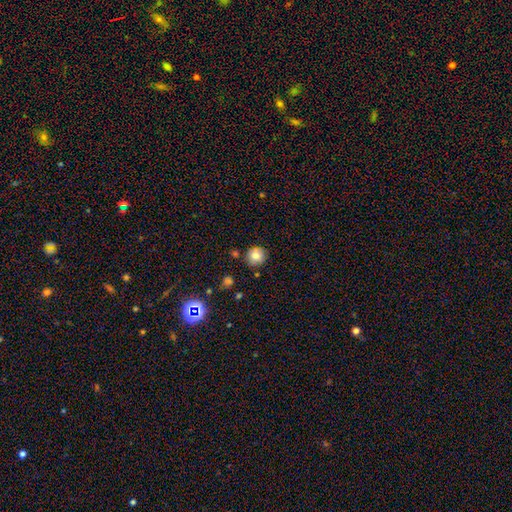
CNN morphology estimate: smooth_or_featured: smooth (p=0.78) [alt: star or artifact p=0.11]
how_rounded: round (p=0.93) [alt: in between p=0.06]
merging: none (p=0.84) [alt: minor disturbance p=0.10]